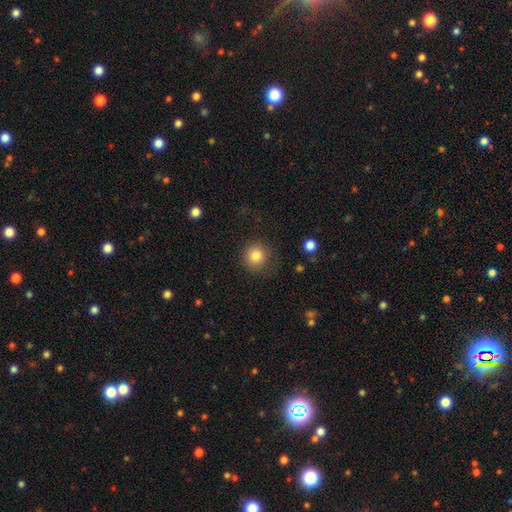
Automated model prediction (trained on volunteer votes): Morphology: type=smooth (83%); roundness=round (92%); merging=none (86%).